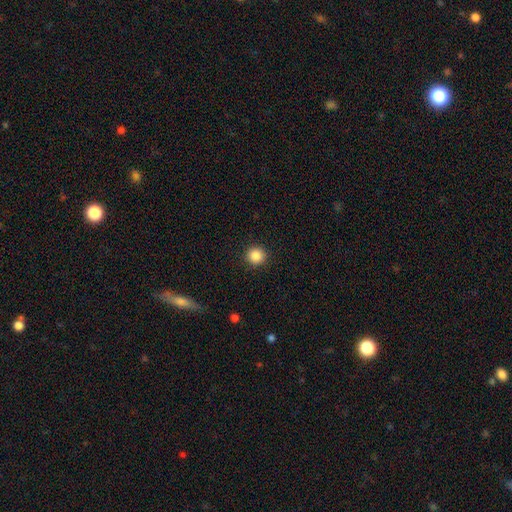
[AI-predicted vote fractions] Smooth or featured?
  - smooth: 87% *
  - star or artifact: 10%
  - featured or disk: 3%
How rounded?
  - round: 94% *
  - in between: 5%
  - cigar-shaped: 1%
Merging?
  - none: 92% *
  - minor disturbance: 5%
  - major disturbance: 2%
  - merger: 1%